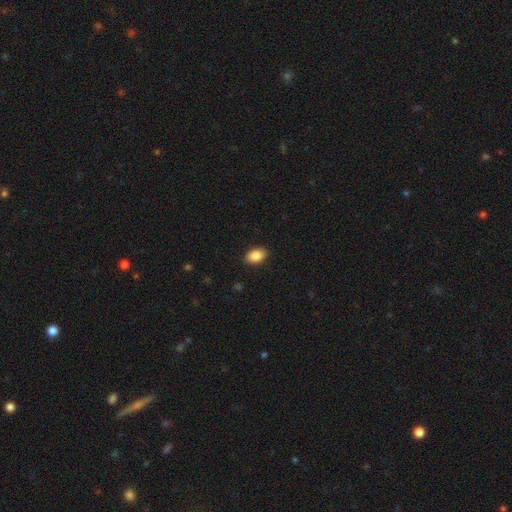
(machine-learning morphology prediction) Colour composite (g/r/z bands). It shows a smooth galaxy with no disk features (88%) that is in between round and cigar-shaped (88%). Merging: none (89%).